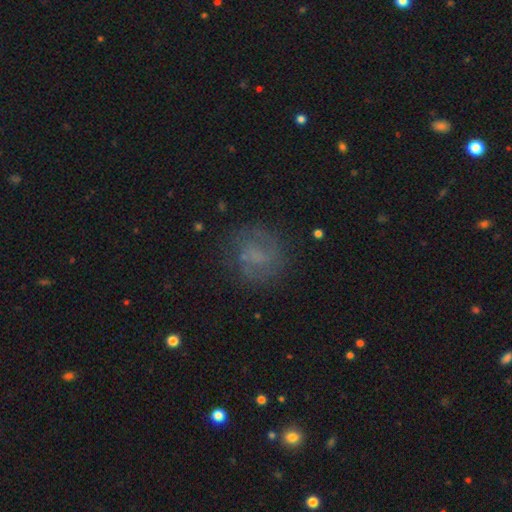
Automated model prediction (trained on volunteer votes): Smooth or featured? featured or disk (55%)
Edge-on disk? no (97%)
Bar? no (45%)
Spiral arms? yes (81%)
Bulge size? none (54%)
Merging? none (75%)